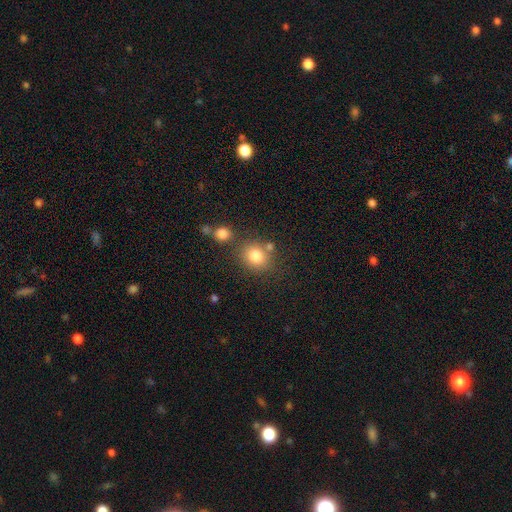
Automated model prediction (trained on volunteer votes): smooth 82%, star or artifact 11%, featured or disk 8%. Down the decision tree: how rounded — round (74%); merging — none (70%).